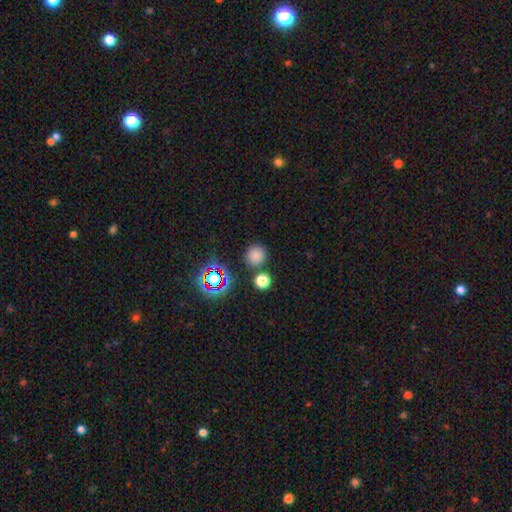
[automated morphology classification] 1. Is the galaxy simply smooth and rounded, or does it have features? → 77% smooth, 17% star or artifact, 6% featured or disk.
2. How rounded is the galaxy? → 92% round, 7% in between, 1% cigar-shaped.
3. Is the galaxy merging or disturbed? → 81% none, 9% merger, 8% minor disturbance, 3% major disturbance.